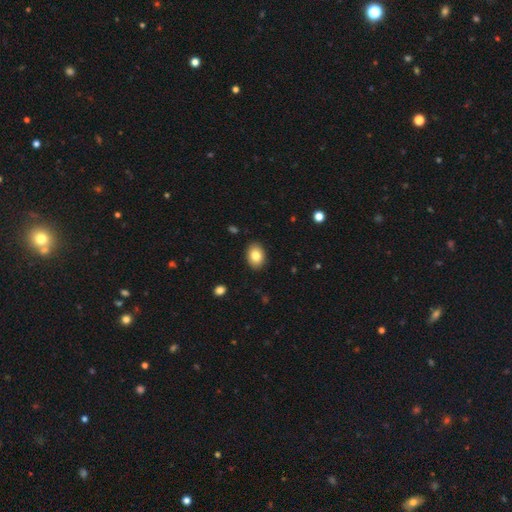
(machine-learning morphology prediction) Smooth or featured? smooth (84%)
How rounded? in between (78%)
Merging? none (89%)